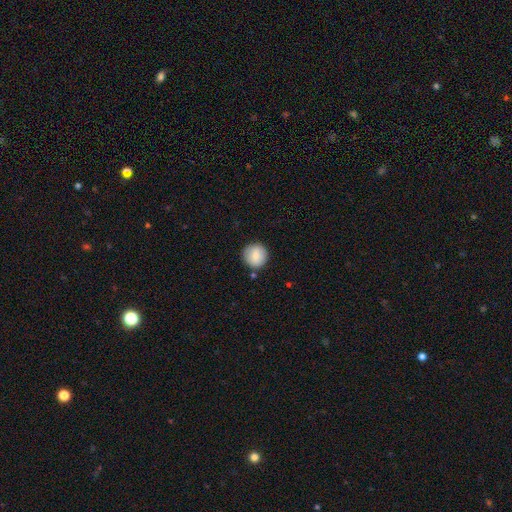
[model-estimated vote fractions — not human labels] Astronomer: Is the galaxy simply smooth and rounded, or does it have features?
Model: smooth — 83%.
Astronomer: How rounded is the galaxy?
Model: round — 93%.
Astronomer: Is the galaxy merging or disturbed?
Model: none — 85%.